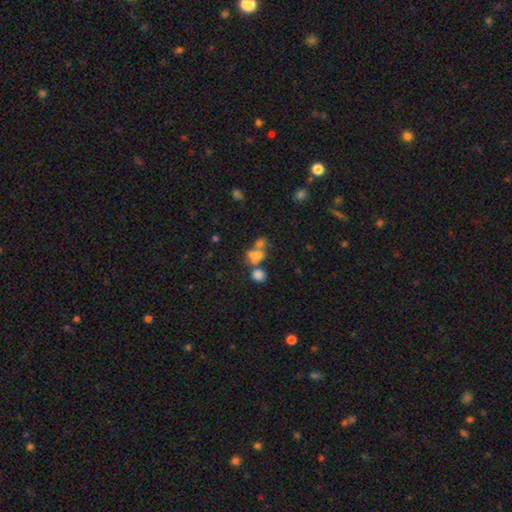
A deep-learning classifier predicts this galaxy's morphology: Smooth or featured?
  - smooth: 64% *
  - featured or disk: 18%
  - star or artifact: 18%
How rounded?
  - in between: 58% *
  - round: 38%
  - cigar-shaped: 4%
Merging?
  - merger: 51% *
  - none: 29%
  - minor disturbance: 11%
  - major disturbance: 9%